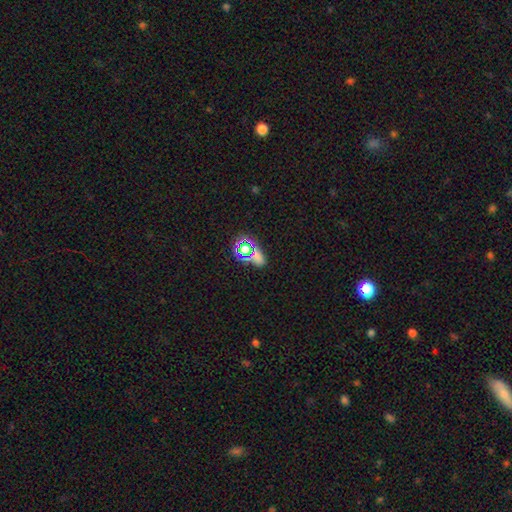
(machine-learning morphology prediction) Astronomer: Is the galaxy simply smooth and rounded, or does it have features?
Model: smooth — 47% (runner-up: star or artifact, 45%).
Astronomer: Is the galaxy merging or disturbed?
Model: none — 70%.